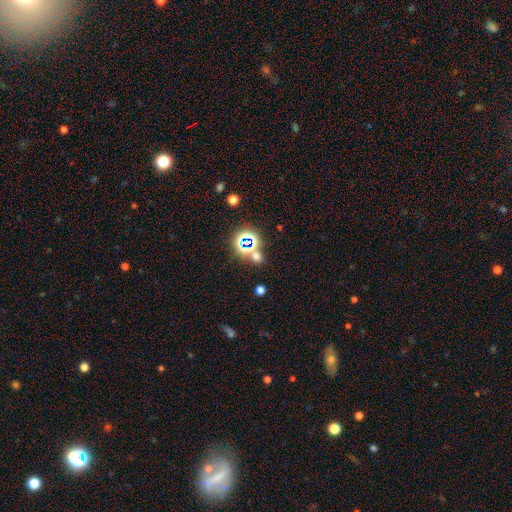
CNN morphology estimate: Smooth or featured?
  - star or artifact: 48% *
  - smooth: 44%
  - featured or disk: 8%